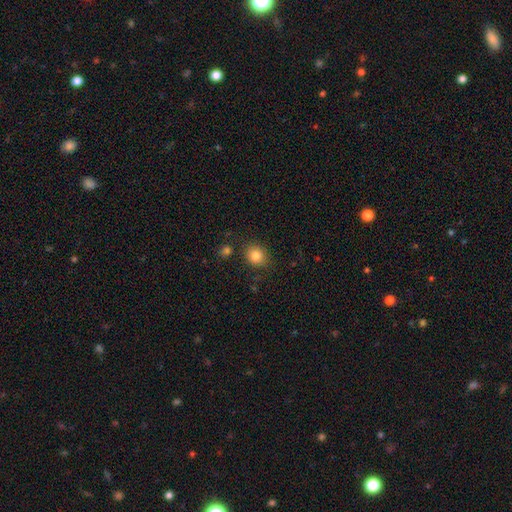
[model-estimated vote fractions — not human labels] Overall: smooth (83%). How rounded: round (71%). Merging: none (83%).